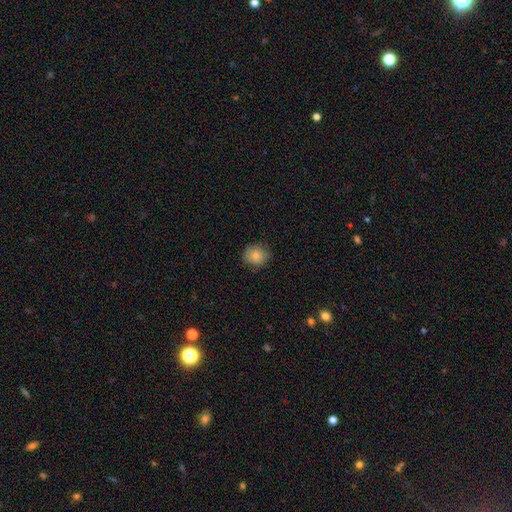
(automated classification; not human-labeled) Smooth or featured? smooth (82%)
How rounded? round (76%)
Merging? none (79%)